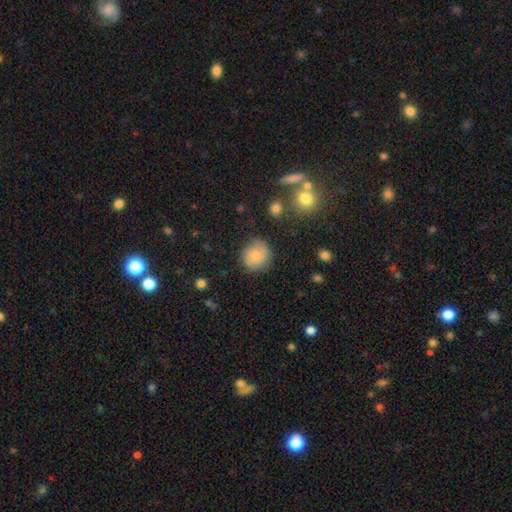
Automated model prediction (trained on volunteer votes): The model was most divided on "how rounded": round: 82%, in between: 17%, cigar-shaped: 1%. More confident: merging — none (81%); smooth or featured — smooth (80%).